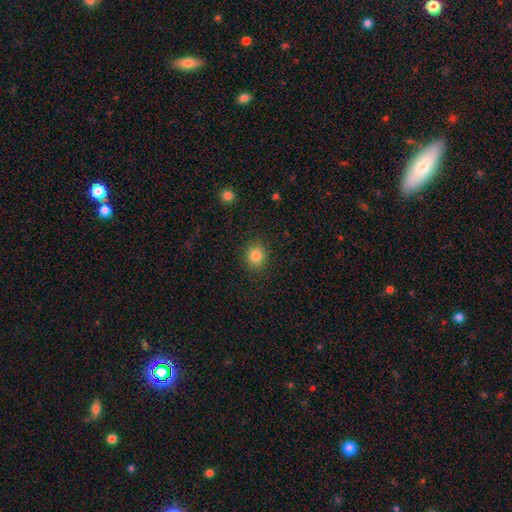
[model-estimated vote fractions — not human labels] The model was most divided on "how rounded": round: 80%, in between: 19%, cigar-shaped: 1%. More confident: merging — none (89%); smooth or featured — smooth (83%).